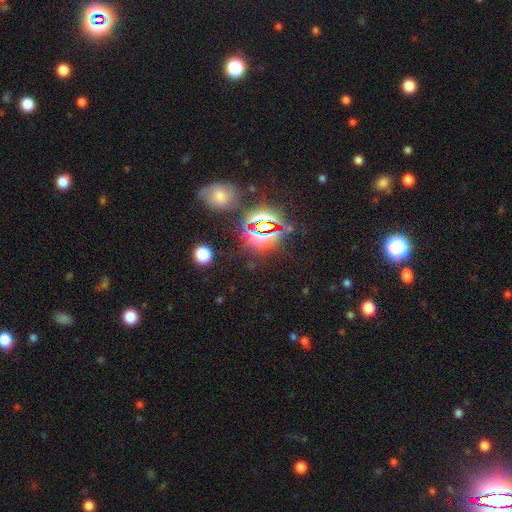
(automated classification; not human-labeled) star or artifact 77%, smooth 16%, featured or disk 7%.